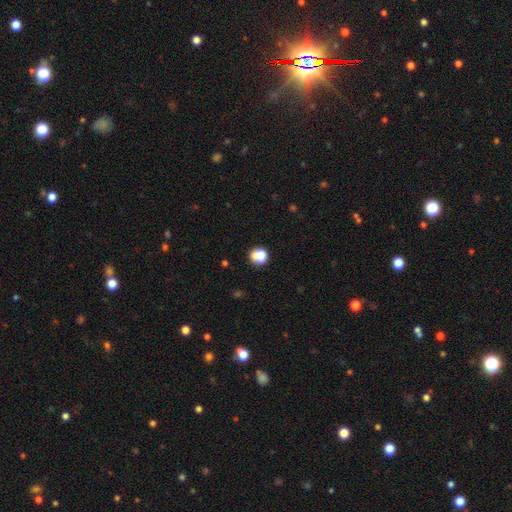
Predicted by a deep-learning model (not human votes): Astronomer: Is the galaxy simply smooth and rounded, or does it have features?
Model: smooth — 70%.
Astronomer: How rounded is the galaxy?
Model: round — 75%.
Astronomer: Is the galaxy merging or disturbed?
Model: none — 46% (runner-up: merger, 36%).